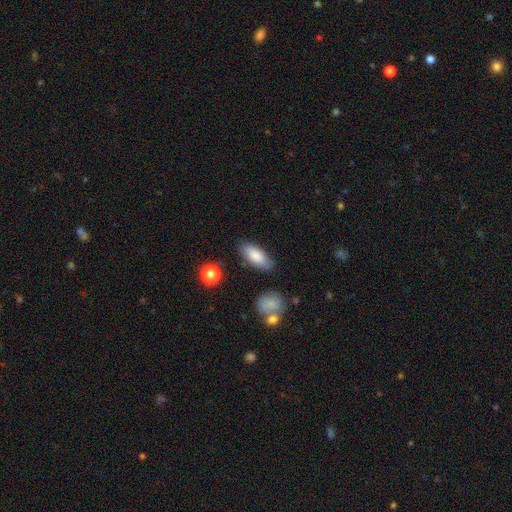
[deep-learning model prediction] Morphology: type=smooth (84%); roundness=in between (83%); merging=none (80%).